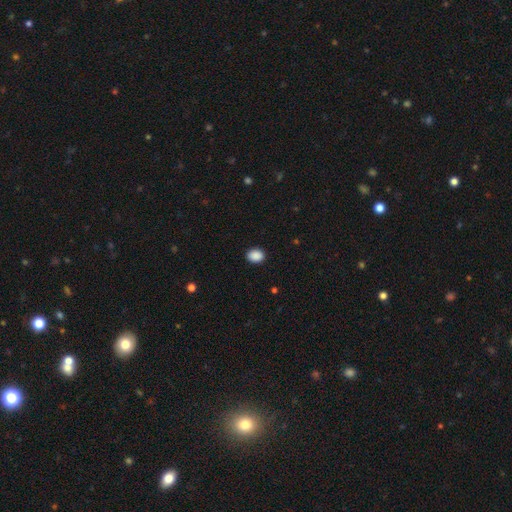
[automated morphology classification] A smooth galaxy with no disk features (90%) that is in between round and cigar-shaped (57%).

Vote fractions:
- Smooth or featured? smooth: 90% / star or artifact: 8% / featured or disk: 2%
- How rounded? in between: 57% / round: 42% / cigar-shaped: 1%
- Merging? none: 90% / minor disturbance: 7% / major disturbance: 2% / merger: 1%